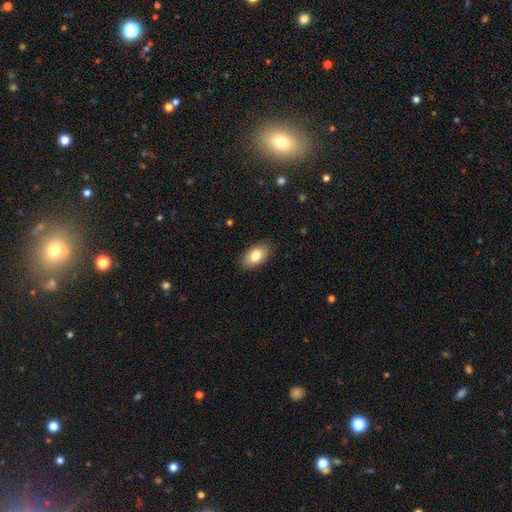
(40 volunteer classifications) Smooth or featured: smooth — 75% (featured or disk — 12%)
How rounded: in between — 97% (round — 3%)
Merging: none — 83% (minor disturbance — 14%)